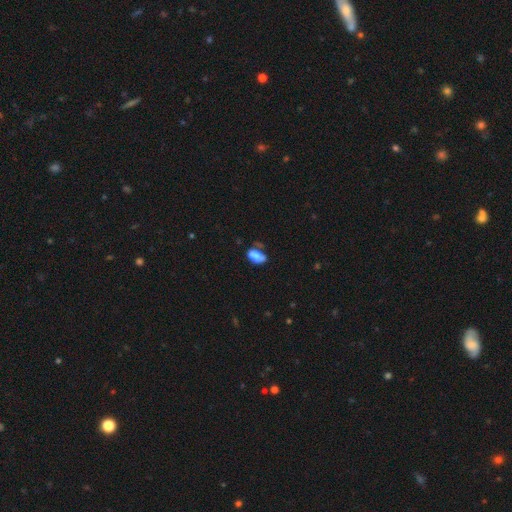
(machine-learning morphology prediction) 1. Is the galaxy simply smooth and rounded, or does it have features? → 72% smooth, 19% featured or disk, 9% star or artifact.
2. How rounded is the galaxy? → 90% in between, 6% round, 4% cigar-shaped.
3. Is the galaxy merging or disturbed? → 39% none, 30% minor disturbance, 15% merger, 15% major disturbance.